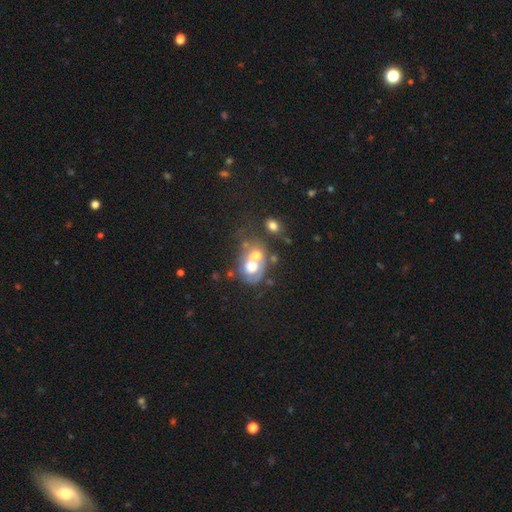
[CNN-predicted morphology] A featured or disk galaxy (47%).

Vote fractions:
- Smooth or featured? featured or disk: 47% / smooth: 43% / star or artifact: 10%
- Merging? merger: 54% / none: 21% / major disturbance: 14% / minor disturbance: 11%